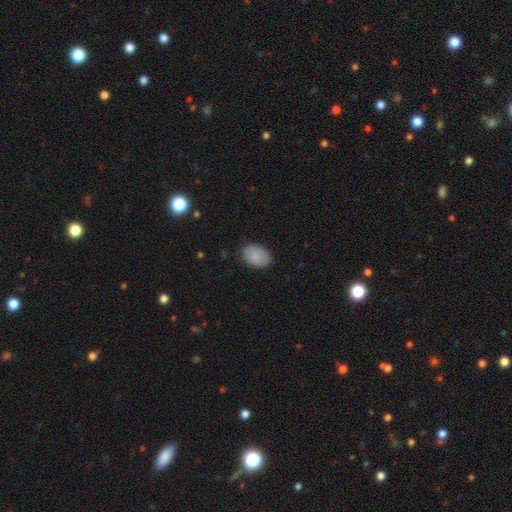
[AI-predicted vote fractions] A smooth galaxy with no disk features (87%) that is in between round and cigar-shaped (85%). Merging: none (85%).